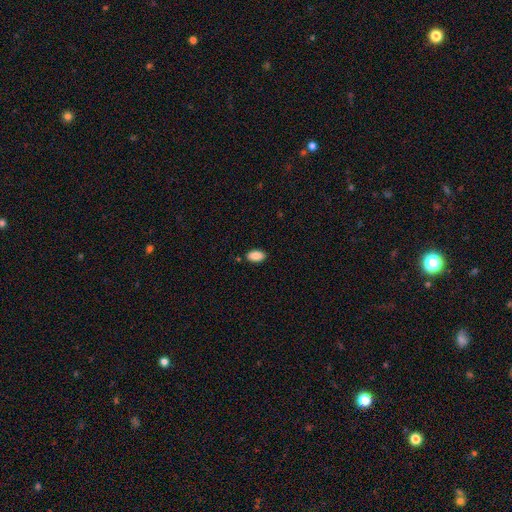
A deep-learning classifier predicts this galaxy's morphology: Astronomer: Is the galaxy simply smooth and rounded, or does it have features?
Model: smooth — 89%.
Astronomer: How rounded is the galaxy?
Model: in between — 94%.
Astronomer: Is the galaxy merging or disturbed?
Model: none — 86%.